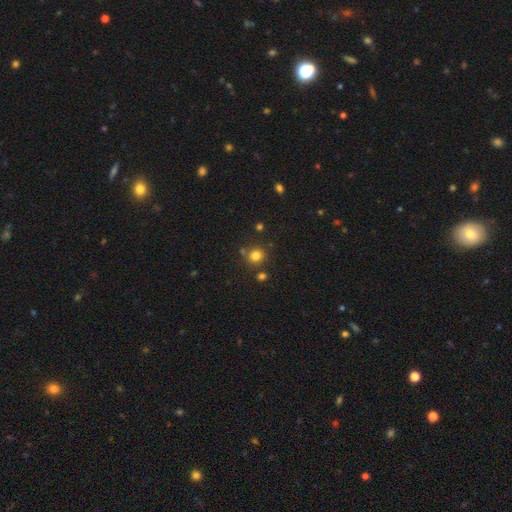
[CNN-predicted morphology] smooth-or-featured: smooth: 80% | star or artifact: 14% | featured or disk: 6%
  how-rounded: round: 89% | in between: 10% | cigar-shaped: 1%
  merging: none: 77% | minor disturbance: 10% | merger: 9% | major disturbance: 3%